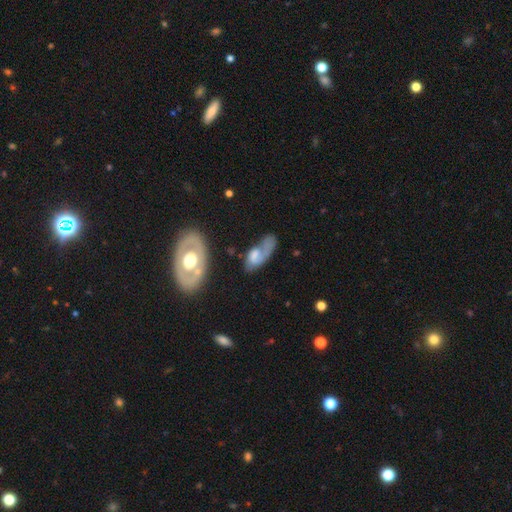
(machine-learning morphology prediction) Smooth or featured?
  - featured or disk: 47% *
  - smooth: 45%
  - star or artifact: 8%
Merging?
  - none: 31% *
  - major disturbance: 30%
  - minor disturbance: 21%
  - merger: 17%